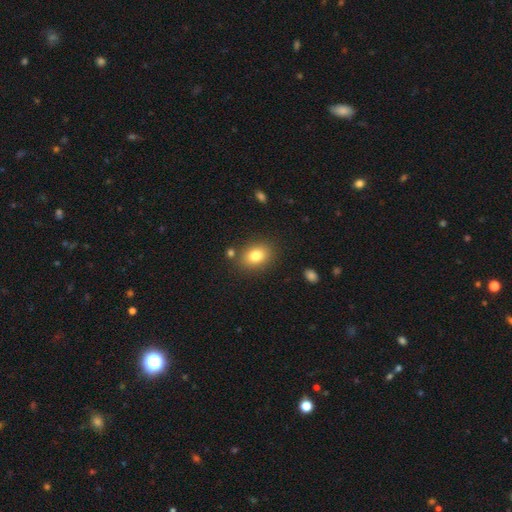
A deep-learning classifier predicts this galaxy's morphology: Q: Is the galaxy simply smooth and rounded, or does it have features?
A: smooth — 80%.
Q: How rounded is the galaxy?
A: in between — 65%.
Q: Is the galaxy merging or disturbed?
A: none — 81%.